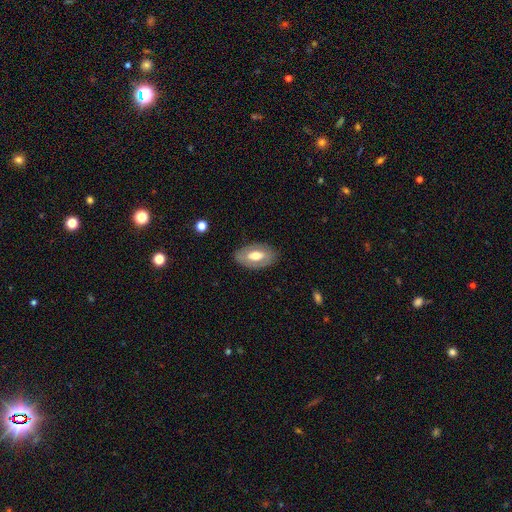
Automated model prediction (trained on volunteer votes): smooth_or_featured: featured or disk (p=0.48) [alt: smooth p=0.46]
merging: none (p=0.81) [alt: minor disturbance p=0.13]